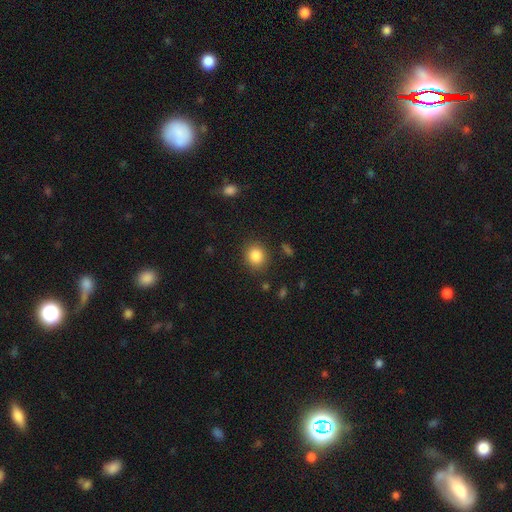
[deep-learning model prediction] Morphology: type=smooth (85%); roundness=round (75%); merging=none (87%).